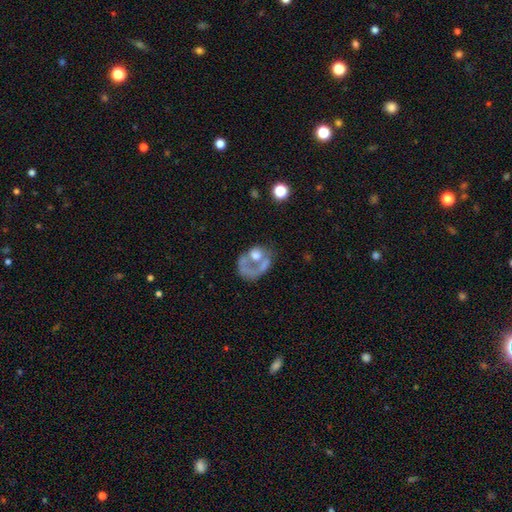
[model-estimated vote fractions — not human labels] Overall: featured or disk (52%; smooth 31%). Edge-on disk: no (96%). Merging: none (39%; major disturbance 25%).